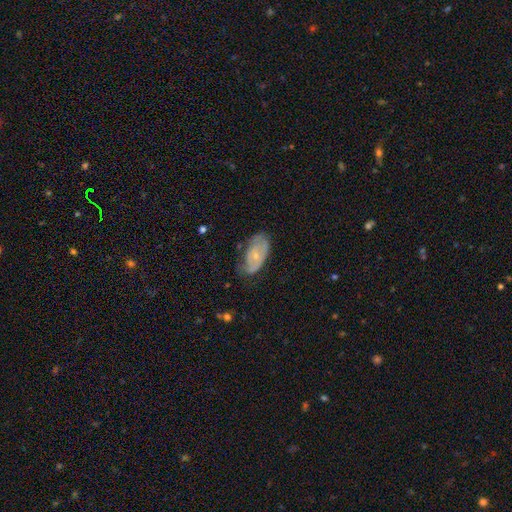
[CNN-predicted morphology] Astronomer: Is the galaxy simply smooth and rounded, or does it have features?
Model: featured or disk — 52% (runner-up: smooth, 42%).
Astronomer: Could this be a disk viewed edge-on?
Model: no — 93%.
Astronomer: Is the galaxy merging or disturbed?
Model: none — 53% (runner-up: minor disturbance, 33%).